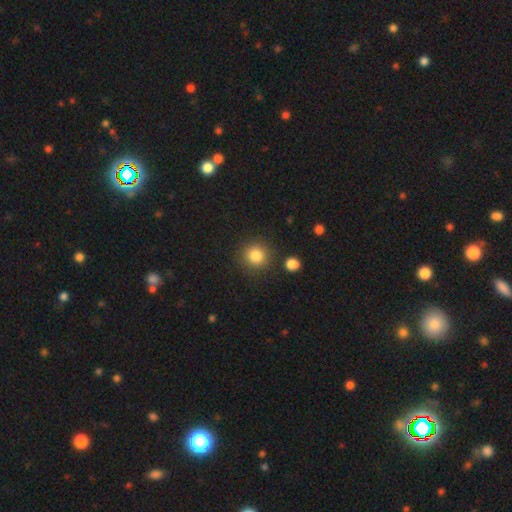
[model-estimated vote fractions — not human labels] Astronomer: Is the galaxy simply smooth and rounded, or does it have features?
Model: smooth — 84%.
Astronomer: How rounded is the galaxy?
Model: round — 91%.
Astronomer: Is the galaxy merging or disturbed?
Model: none — 85%.